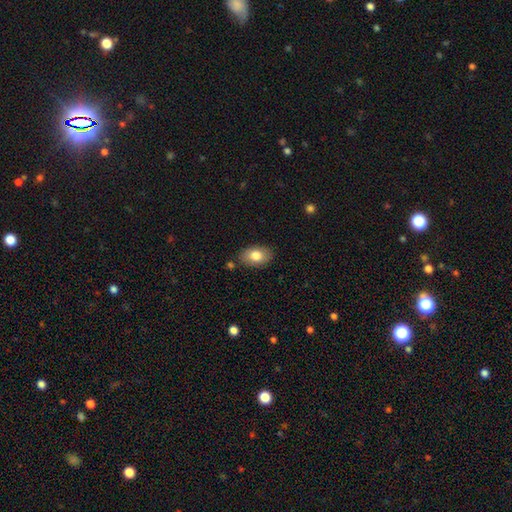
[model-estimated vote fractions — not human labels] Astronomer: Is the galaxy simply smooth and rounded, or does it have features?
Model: smooth — 80%.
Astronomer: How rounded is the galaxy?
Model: in between — 89%.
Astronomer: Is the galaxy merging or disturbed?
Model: none — 84%.